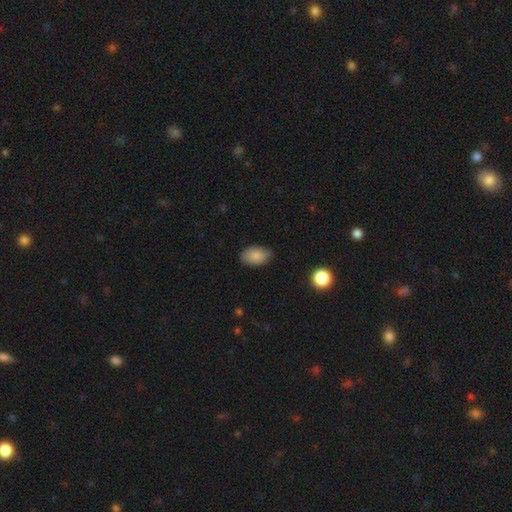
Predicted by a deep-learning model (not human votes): Smooth or featured?
  - smooth: 85% *
  - star or artifact: 7%
  - featured or disk: 7%
How rounded?
  - in between: 90% *
  - round: 9%
  - cigar-shaped: 1%
Merging?
  - none: 76% *
  - minor disturbance: 20%
  - major disturbance: 3%
  - merger: 1%